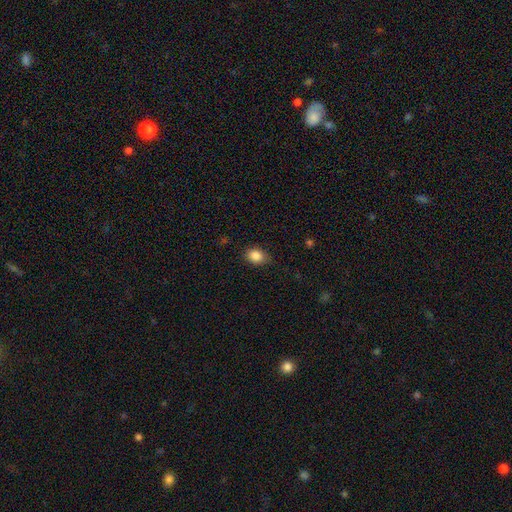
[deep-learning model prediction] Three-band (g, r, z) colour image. It shows a smooth galaxy with no disk features (86%) that is in between round and cigar-shaped (60%). Merging: none (81%).